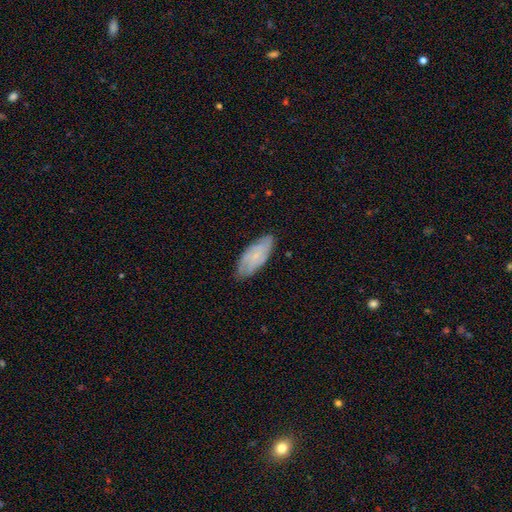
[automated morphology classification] featured or disk 56%, smooth 37%, star or artifact 7%. Down the decision tree: edge-on disk — no (90%); bar — no (71%); spiral arms — yes (88%); bulge size — small (73%); merging — none (78%).